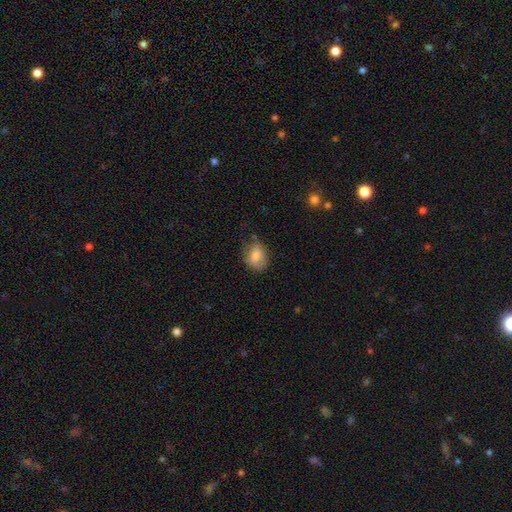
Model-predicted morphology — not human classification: Smooth or featured?
  - smooth: 77% *
  - featured or disk: 15%
  - star or artifact: 8%
How rounded?
  - in between: 66% *
  - round: 33%
  - cigar-shaped: 1%
Merging?
  - none: 60% *
  - minor disturbance: 29%
  - major disturbance: 9%
  - merger: 2%